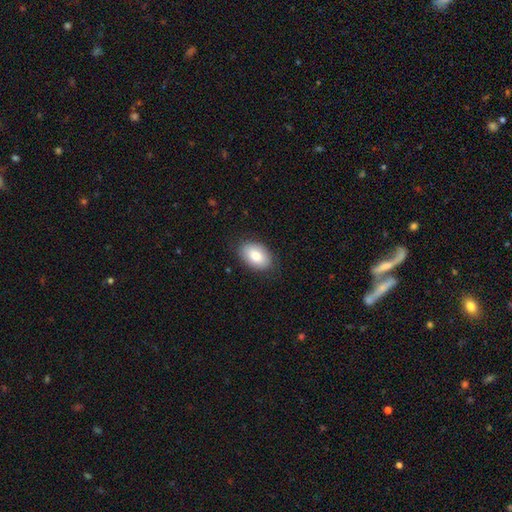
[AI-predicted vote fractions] Smooth or featured? Predicted: smooth (p=0.84). How rounded? Predicted: in between (p=0.91). Merging? Predicted: none (p=0.84).